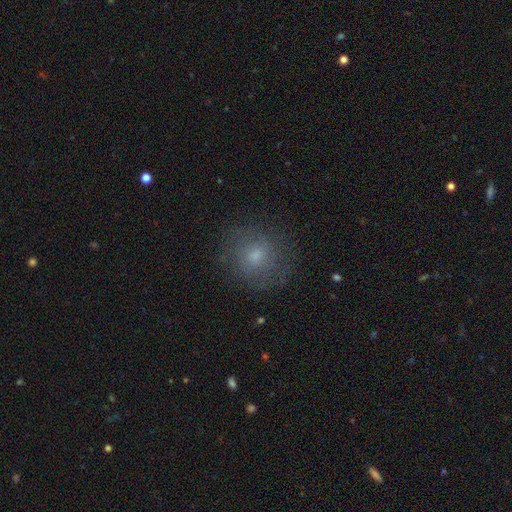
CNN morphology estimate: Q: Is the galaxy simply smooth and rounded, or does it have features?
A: smooth — 66%.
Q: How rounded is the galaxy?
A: round — 85%.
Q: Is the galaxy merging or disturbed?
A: none — 79%.